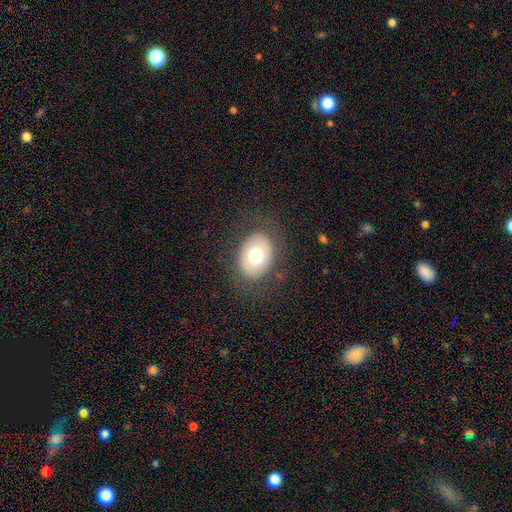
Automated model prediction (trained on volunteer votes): Q: Smooth or featured?
A: smooth (69%); runner-up: featured or disk (22%)
Q: How rounded?
A: in between (70%); runner-up: round (30%)
Q: Merging?
A: none (83%); runner-up: minor disturbance (11%)